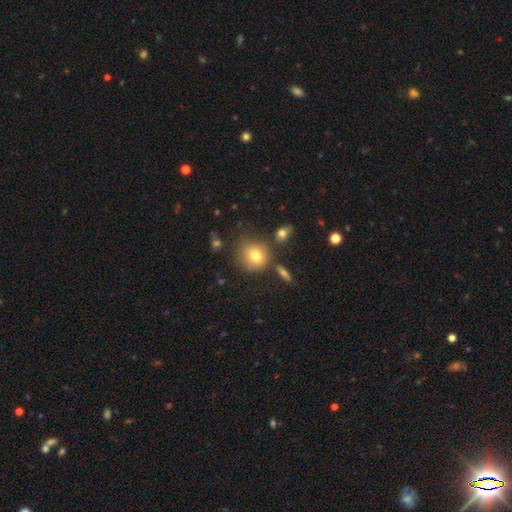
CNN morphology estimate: A smooth galaxy with no disk features (77%) that is round (89%).

Vote fractions:
- Smooth or featured? smooth: 77% / featured or disk: 12% / star or artifact: 11%
- How rounded? round: 89% / in between: 10% / cigar-shaped: 1%
- Merging? none: 72% / minor disturbance: 15% / merger: 8% / major disturbance: 5%